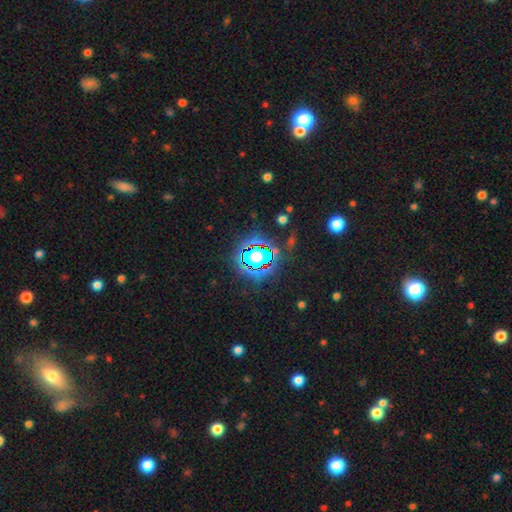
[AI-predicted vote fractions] Smooth or featured? star or artifact (64%)